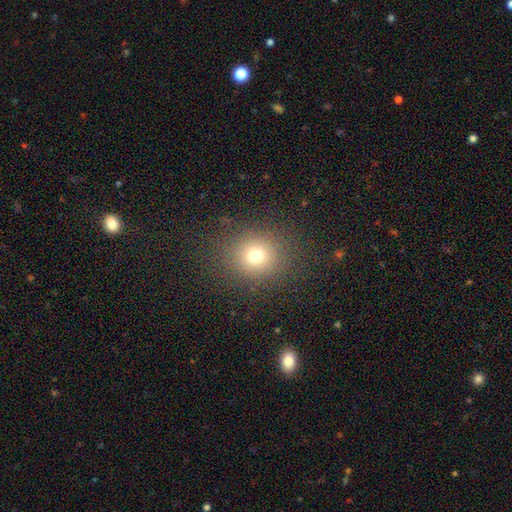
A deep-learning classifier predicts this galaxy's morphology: A smooth galaxy with no disk features (73%) that is round (82%).

Vote fractions:
- Smooth or featured? smooth: 73% / star or artifact: 17% / featured or disk: 10%
- How rounded? round: 82% / in between: 17% / cigar-shaped: 1%
- Merging? none: 86% / minor disturbance: 8% / major disturbance: 5% / merger: 1%